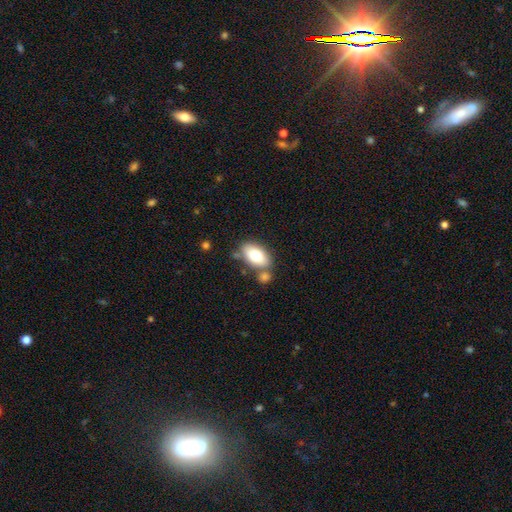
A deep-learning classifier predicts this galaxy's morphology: smooth_or_featured: smooth (p=0.77) [alt: featured or disk p=0.16]
how_rounded: in between (p=0.91) [alt: round p=0.06]
merging: none (p=0.64) [alt: merger p=0.18]